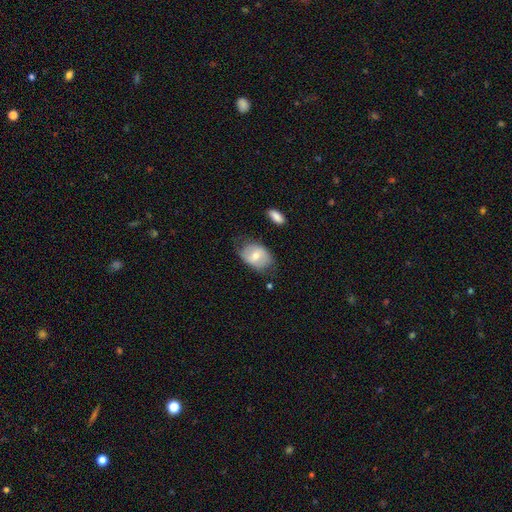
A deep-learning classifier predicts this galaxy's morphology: The model was most divided on "smooth or featured": smooth: 59%, featured or disk: 35%, star or artifact: 7%. More confident: how rounded — in between (75%); merging — none (63%).